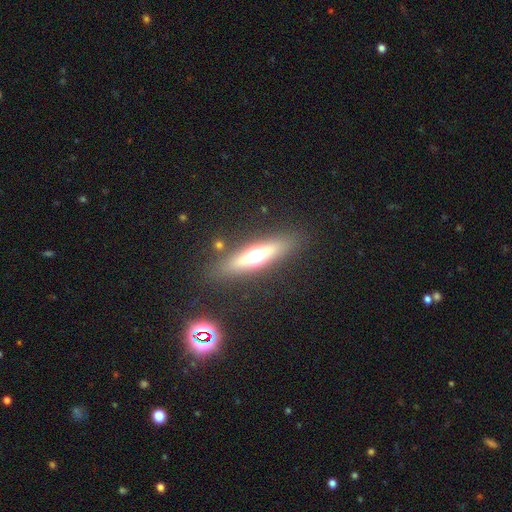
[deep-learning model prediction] Overall: featured or disk (56%; smooth 33%). Edge-on disk: yes (90%). Edge-on bulge: rounded (94%). Merging: none (86%).